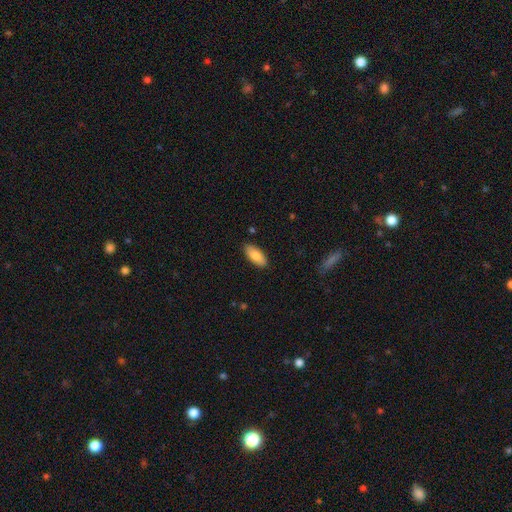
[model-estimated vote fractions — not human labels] smooth_or_featured: smooth (p=0.84) [alt: featured or disk p=0.10]
how_rounded: in between (p=0.88) [alt: cigar-shaped p=0.11]
merging: none (p=0.87) [alt: minor disturbance p=0.10]